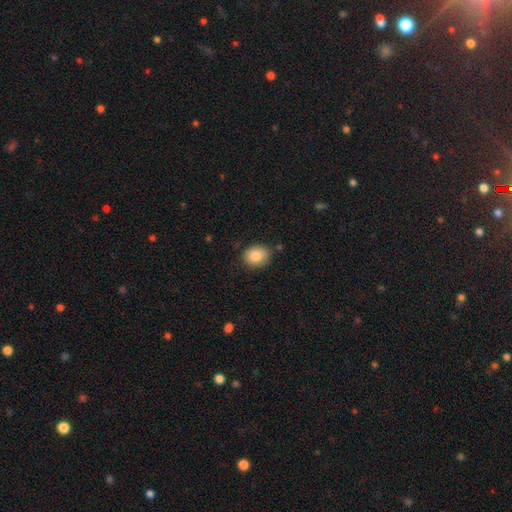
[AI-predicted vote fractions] Overall: smooth (85%). How rounded: round (57%; in between 42%). Merging: none (83%).